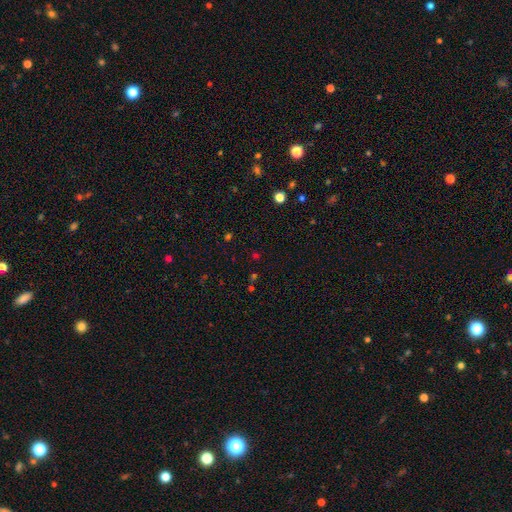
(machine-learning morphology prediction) This appears to be a star or artifact, not a galaxy (53%).